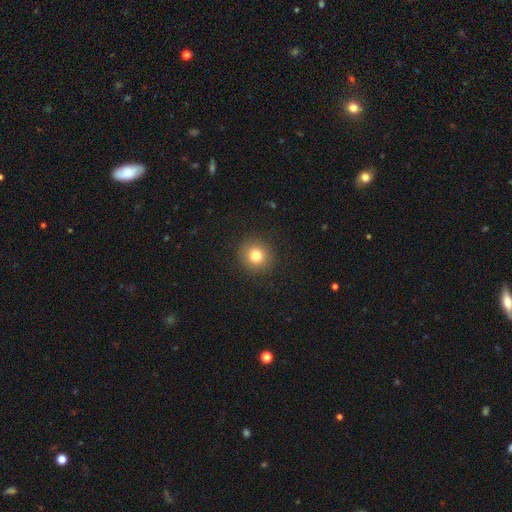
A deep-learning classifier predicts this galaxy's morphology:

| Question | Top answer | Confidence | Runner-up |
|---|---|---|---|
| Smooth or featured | smooth | 80% | star or artifact (12%) |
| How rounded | round | 92% | in between (7%) |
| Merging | none | 92% | minor disturbance (5%) |